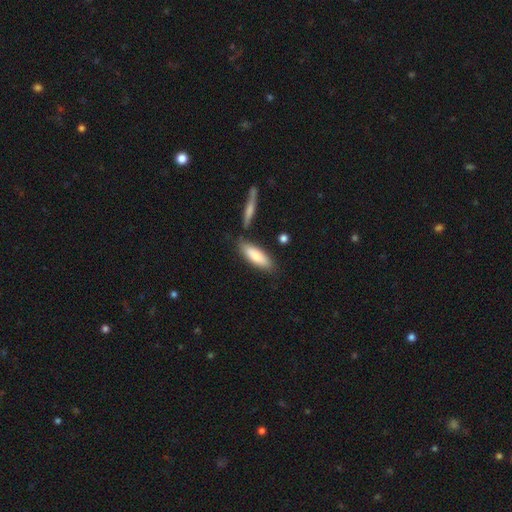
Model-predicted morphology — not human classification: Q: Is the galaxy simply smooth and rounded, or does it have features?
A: smooth — 80%.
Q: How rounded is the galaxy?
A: in between — 55%.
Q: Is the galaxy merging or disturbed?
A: none — 74%.